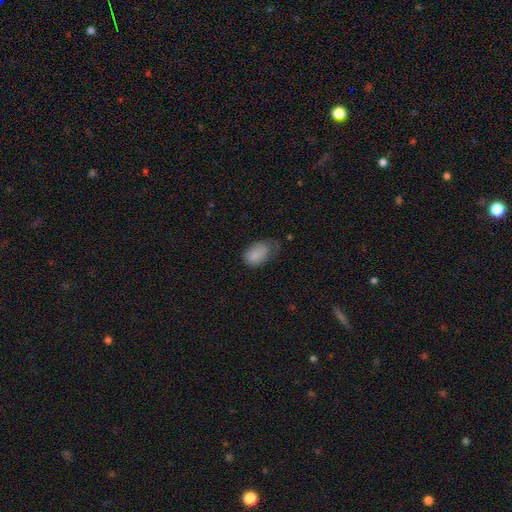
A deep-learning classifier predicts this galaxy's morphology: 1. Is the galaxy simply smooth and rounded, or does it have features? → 83% smooth, 10% featured or disk, 8% star or artifact.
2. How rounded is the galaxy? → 87% in between, 12% round, 1% cigar-shaped.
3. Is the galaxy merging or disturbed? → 41% minor disturbance, 34% none, 22% major disturbance, 3% merger.